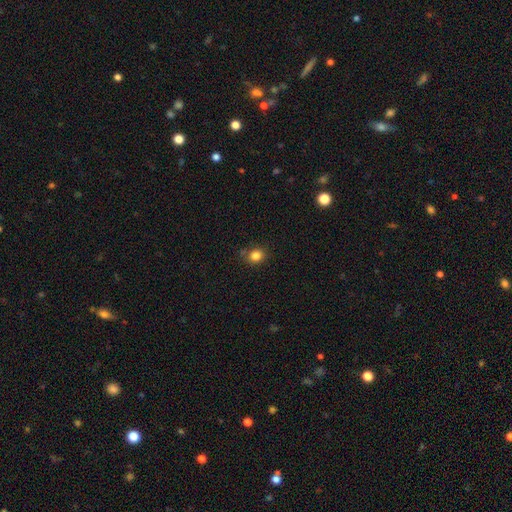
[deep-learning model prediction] The model was most divided on "how rounded": round: 70%, in between: 29%, cigar-shaped: 1%. More confident: smooth or featured — smooth (83%); merging — none (80%).